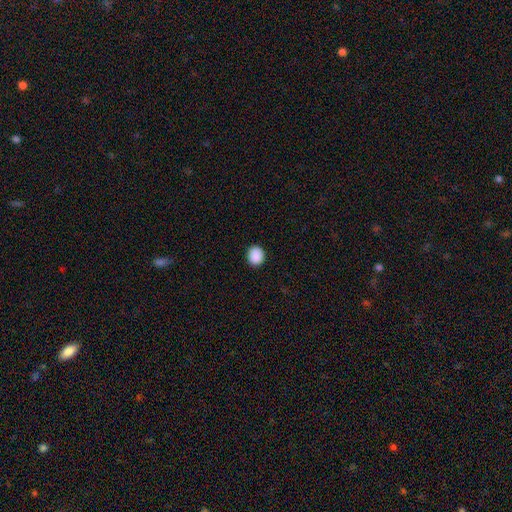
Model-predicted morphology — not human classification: Smooth or featured: smooth — 90% (star or artifact — 8%)
How rounded: round — 76% (in between — 23%)
Merging: none — 91% (minor disturbance — 6%)